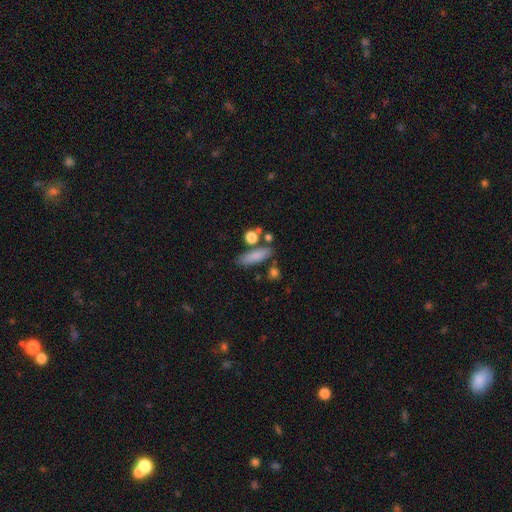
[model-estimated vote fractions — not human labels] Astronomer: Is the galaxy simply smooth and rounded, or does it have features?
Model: smooth — 80%.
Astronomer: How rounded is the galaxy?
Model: cigar-shaped — 52% (runner-up: in between, 43%).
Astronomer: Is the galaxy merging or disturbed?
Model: none — 71%.